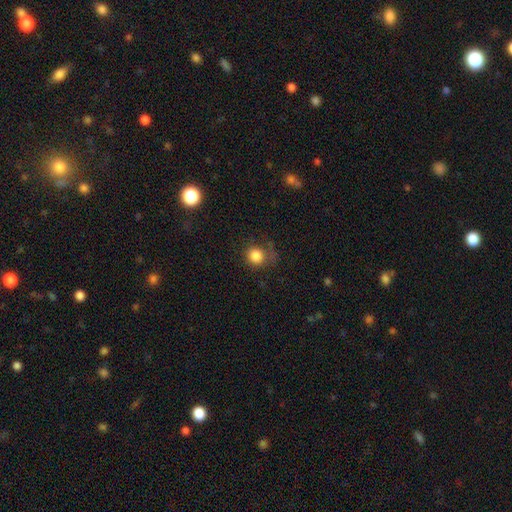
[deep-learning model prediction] The model was most divided on "merging": none: 65%, minor disturbance: 21%, major disturbance: 12%, merger: 2%. More confident: how rounded — round (86%); smooth or featured — smooth (83%).